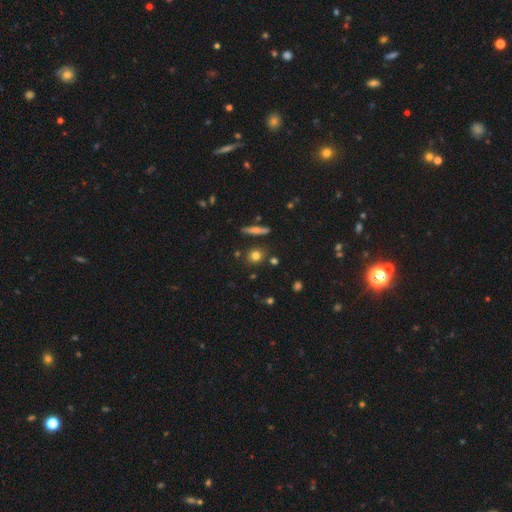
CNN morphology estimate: Smooth or featured?
  - smooth: 76% *
  - star or artifact: 13%
  - featured or disk: 11%
How rounded?
  - round: 74% *
  - in between: 20%
  - cigar-shaped: 6%
Merging?
  - none: 83% *
  - minor disturbance: 9%
  - merger: 6%
  - major disturbance: 3%